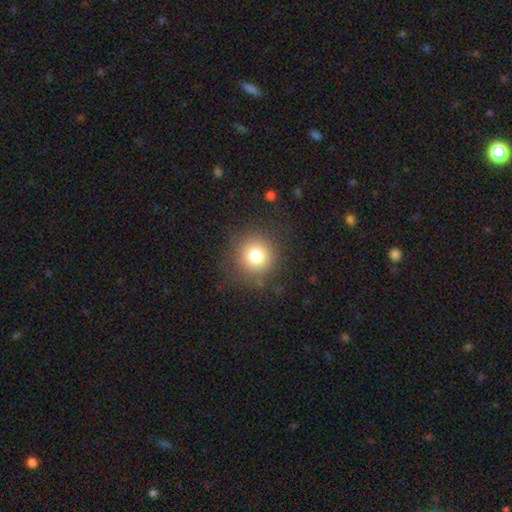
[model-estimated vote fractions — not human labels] Smooth or featured? smooth (78%)
How rounded? round (93%)
Merging? none (83%)